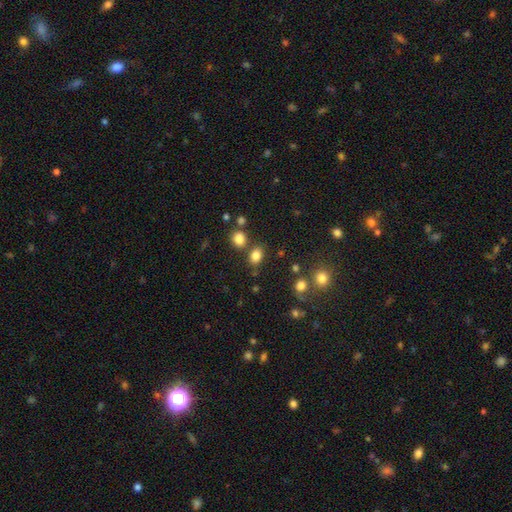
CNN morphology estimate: Overall: smooth (82%). How rounded: in between (61%; round 38%). Merging: none (72%).